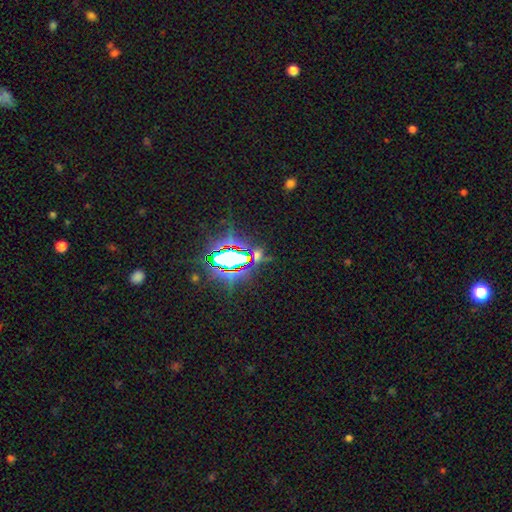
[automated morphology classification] Overall: star or artifact (72%).